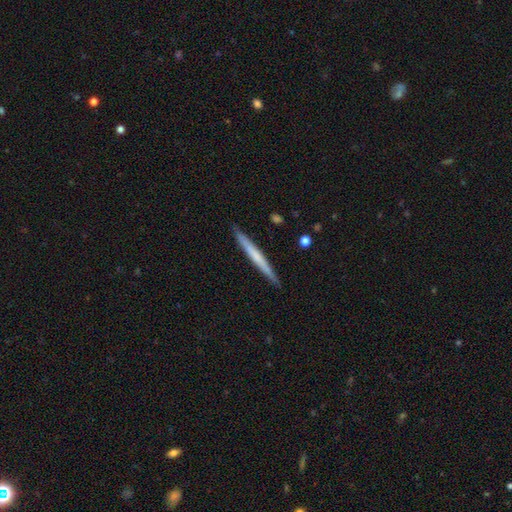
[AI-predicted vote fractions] Q: Smooth or featured?
A: smooth (48%); runner-up: featured or disk (47%)
Q: Merging?
A: none (91%); runner-up: minor disturbance (7%)